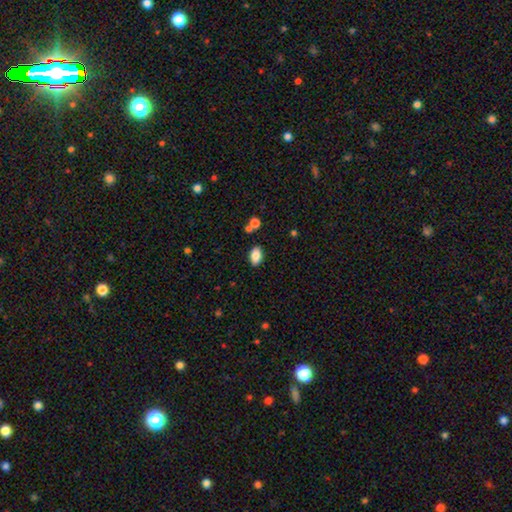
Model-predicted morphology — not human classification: Smooth or featured? Predicted: smooth (p=0.86). How rounded? Predicted: in between (p=0.91). Merging? Predicted: none (p=0.84).